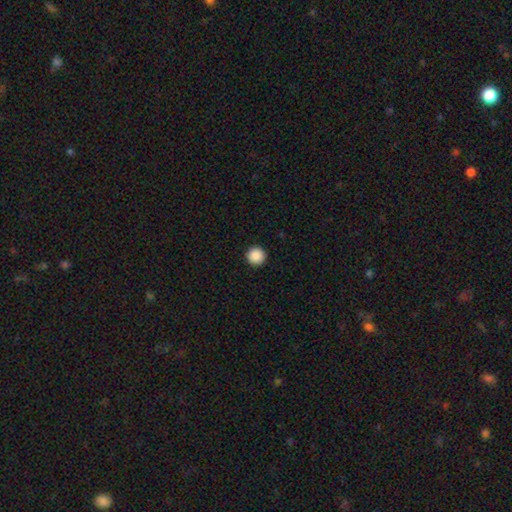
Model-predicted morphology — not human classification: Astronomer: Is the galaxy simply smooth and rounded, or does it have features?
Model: smooth — 89%.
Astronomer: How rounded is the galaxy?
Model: round — 96%.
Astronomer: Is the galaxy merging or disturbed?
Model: none — 94%.